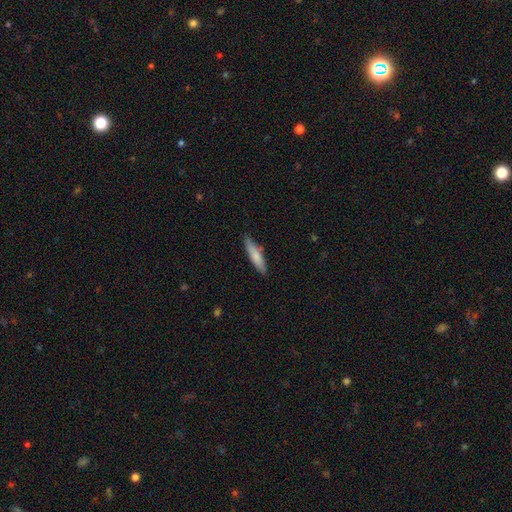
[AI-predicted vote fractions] smooth_or_featured: smooth (p=0.77) [alt: featured or disk p=0.17]
how_rounded: cigar-shaped (p=0.79) [alt: in between p=0.19]
merging: none (p=0.83) [alt: minor disturbance p=0.13]